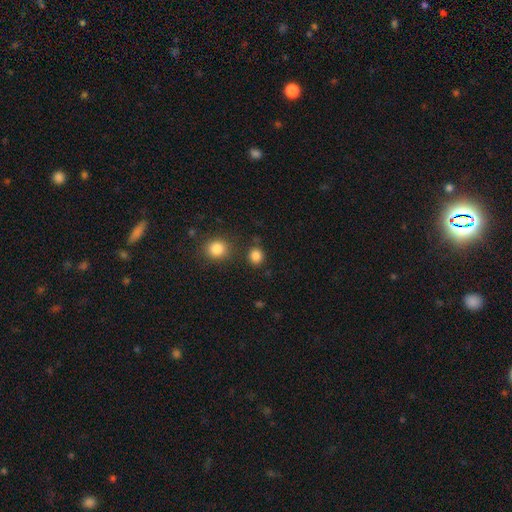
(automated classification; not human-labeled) smooth 84%, star or artifact 12%, featured or disk 4%. Down the decision tree: how rounded — round (83%); merging — none (83%).